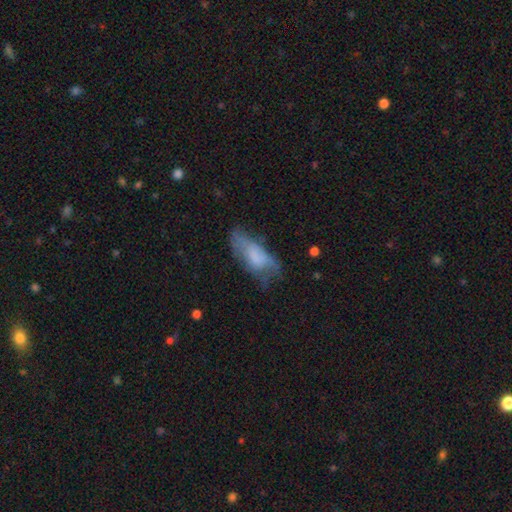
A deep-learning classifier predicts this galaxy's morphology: smooth 56%, featured or disk 35%, star or artifact 9%. Down the decision tree: how rounded — in between (76%); merging — none (39%).